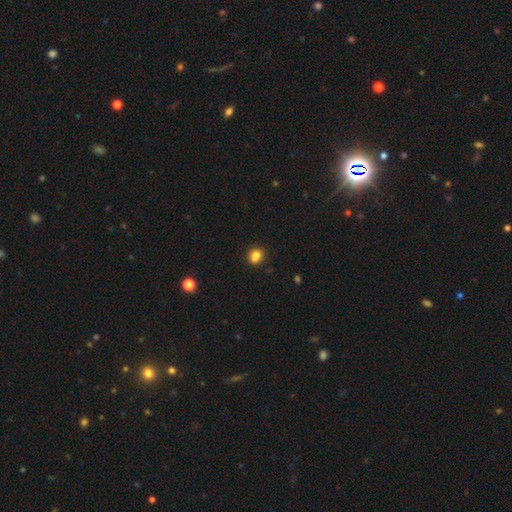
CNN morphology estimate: smooth 84%, star or artifact 11%, featured or disk 5%. Down the decision tree: how rounded — round (63%); merging — none (77%).